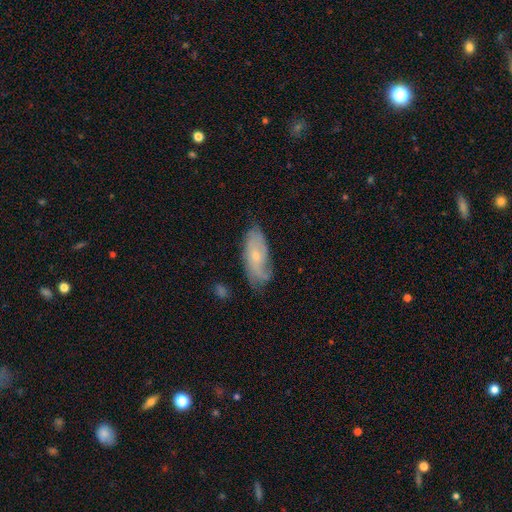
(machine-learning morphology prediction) smooth_or_featured: featured or disk (p=0.55) [alt: smooth p=0.37]
disk_edge_on: no (p=0.86) [alt: yes p=0.14]
merging: none (p=0.65) [alt: minor disturbance p=0.26]